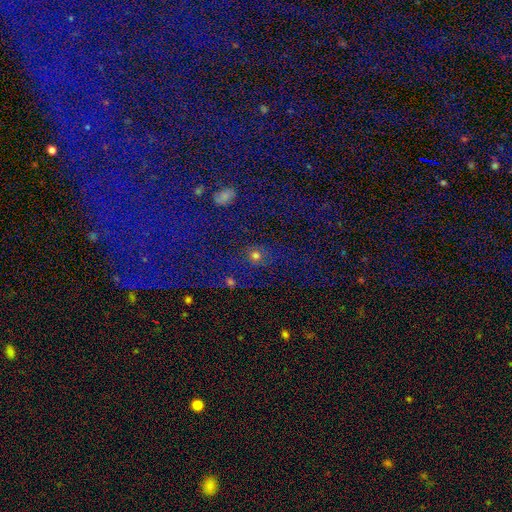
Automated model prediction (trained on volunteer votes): smooth-or-featured: smooth: 63% | star or artifact: 26% | featured or disk: 10%
  how-rounded: round: 86% | in between: 12% | cigar-shaped: 1%
  merging: none: 74% | minor disturbance: 12% | merger: 7% | major disturbance: 7%